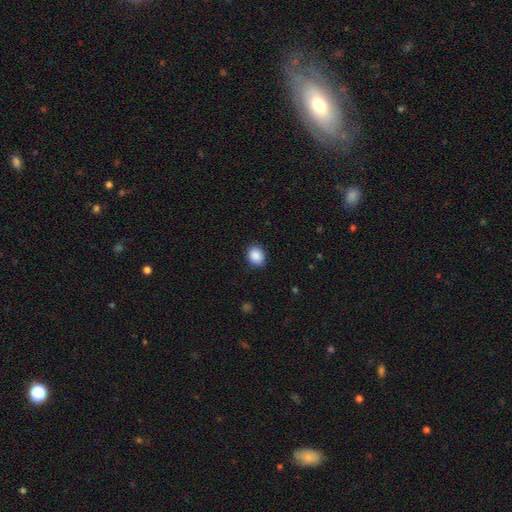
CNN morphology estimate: A smooth galaxy with no disk features (89%) that is round (52%).

Vote fractions:
- Smooth or featured? smooth: 89% / star or artifact: 8% / featured or disk: 3%
- How rounded? round: 52% / in between: 47% / cigar-shaped: 1%
- Merging? none: 87% / minor disturbance: 9% / major disturbance: 2% / merger: 1%